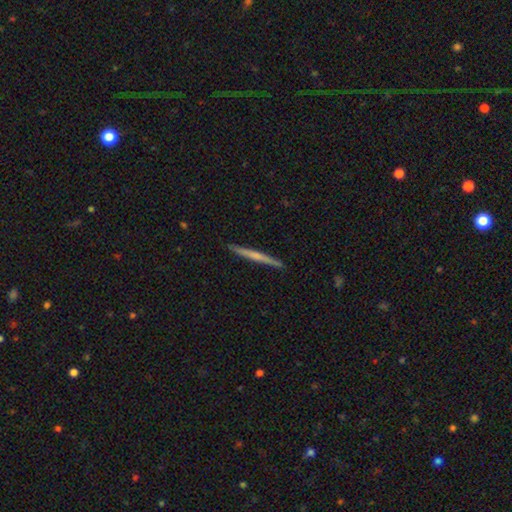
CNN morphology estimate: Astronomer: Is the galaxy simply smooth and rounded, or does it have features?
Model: featured or disk — 53% (runner-up: smooth, 42%).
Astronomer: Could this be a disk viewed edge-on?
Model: yes — 98%.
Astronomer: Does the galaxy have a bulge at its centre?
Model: none — 61%.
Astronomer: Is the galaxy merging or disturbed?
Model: none — 92%.